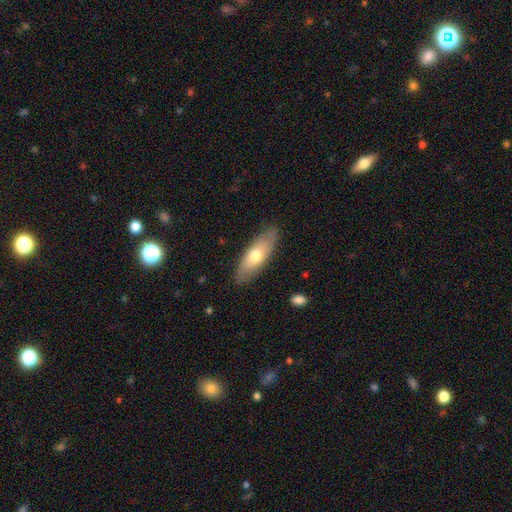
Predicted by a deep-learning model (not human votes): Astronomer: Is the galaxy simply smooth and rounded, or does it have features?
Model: smooth — 63%.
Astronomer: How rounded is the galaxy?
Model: in between — 61% (runner-up: cigar-shaped, 37%).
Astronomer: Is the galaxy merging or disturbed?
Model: none — 84%.